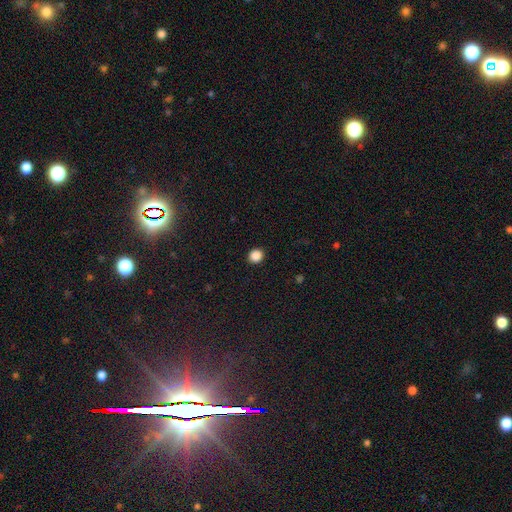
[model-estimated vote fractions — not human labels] smooth-or-featured: smooth: 88% | star or artifact: 10% | featured or disk: 2%
  how-rounded: round: 84% | in between: 15% | cigar-shaped: 1%
  merging: none: 92% | minor disturbance: 5% | major disturbance: 2% | merger: 1%